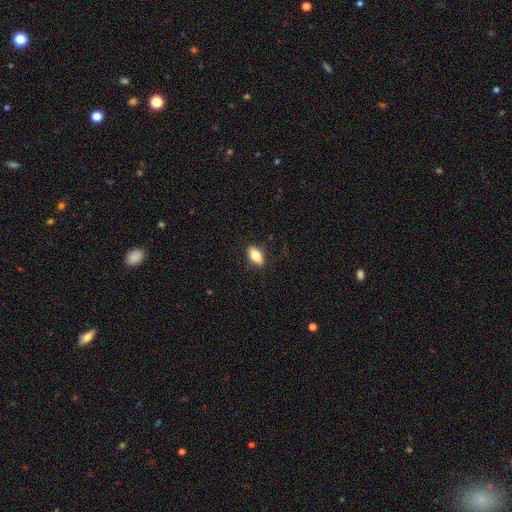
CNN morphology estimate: Smooth or featured?
  - smooth: 79% *
  - featured or disk: 13%
  - star or artifact: 8%
How rounded?
  - in between: 87% *
  - cigar-shaped: 7%
  - round: 6%
Merging?
  - none: 87% *
  - minor disturbance: 10%
  - major disturbance: 2%
  - merger: 1%